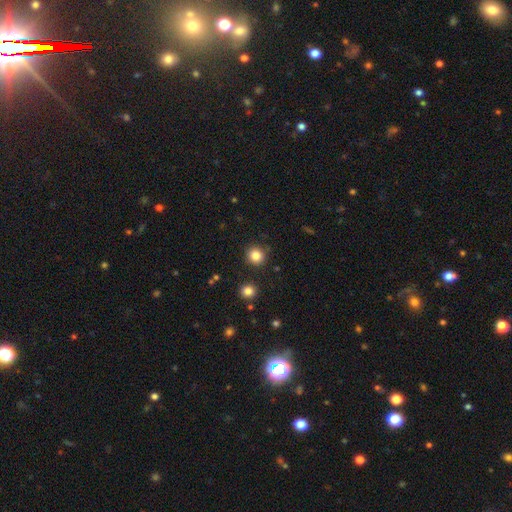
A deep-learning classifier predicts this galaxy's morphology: Smooth or featured? smooth (84%)
How rounded? round (90%)
Merging? none (89%)